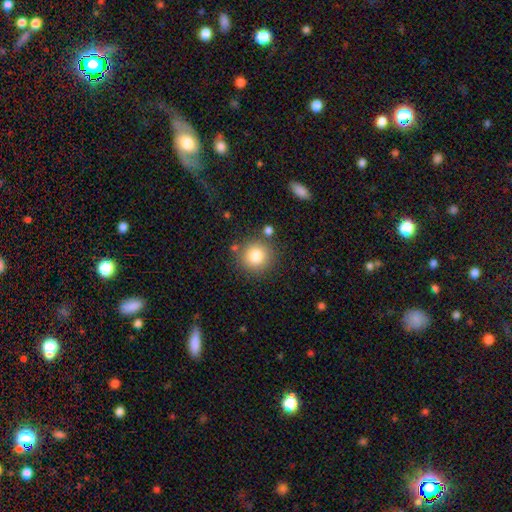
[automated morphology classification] smooth-or-featured: smooth: 80% | star or artifact: 11% | featured or disk: 9%
  how-rounded: round: 92% | in between: 7% | cigar-shaped: 1%
  merging: none: 82% | minor disturbance: 9% | merger: 6% | major disturbance: 3%